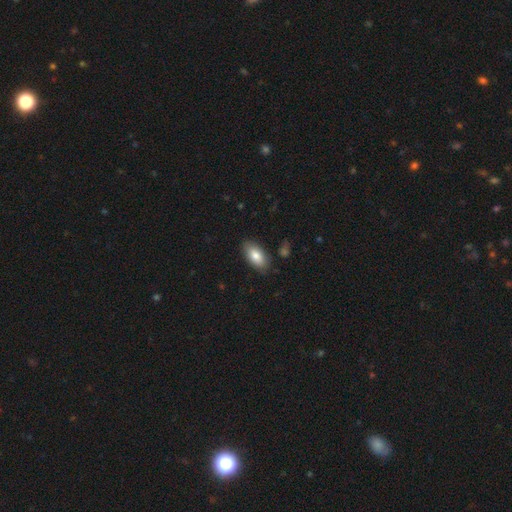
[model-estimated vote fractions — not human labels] smooth_or_featured: smooth (p=0.81) [alt: featured or disk p=0.13]
how_rounded: in between (p=0.93) [alt: cigar-shaped p=0.04]
merging: none (p=0.84) [alt: minor disturbance p=0.11]